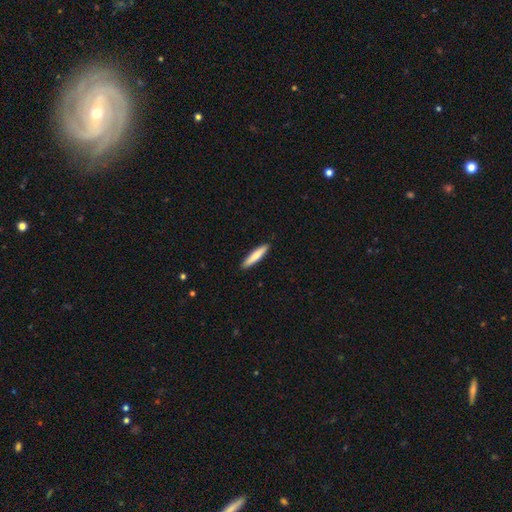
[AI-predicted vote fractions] A smooth galaxy with no disk features (76%) that is cigar-shaped (89%).

Vote fractions:
- Smooth or featured? smooth: 76% / featured or disk: 20% / star or artifact: 5%
- How rounded? cigar-shaped: 89% / in between: 10% / round: 1%
- Merging? none: 91% / minor disturbance: 7% / major disturbance: 1% / merger: 1%